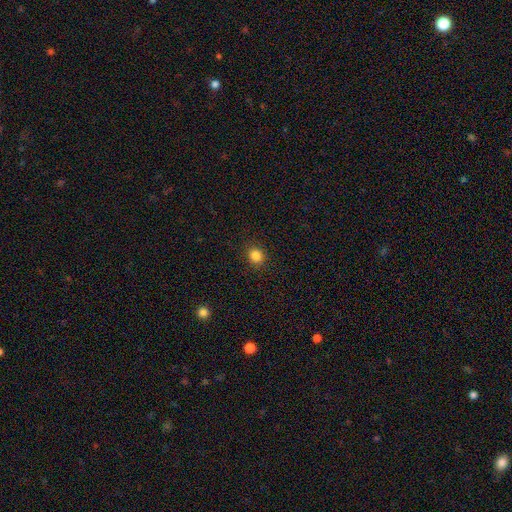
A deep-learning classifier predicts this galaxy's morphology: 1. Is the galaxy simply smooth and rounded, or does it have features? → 84% smooth, 12% star or artifact, 4% featured or disk.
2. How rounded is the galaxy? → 81% round, 18% in between, 1% cigar-shaped.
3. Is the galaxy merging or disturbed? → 90% none, 6% minor disturbance, 2% major disturbance, 1% merger.